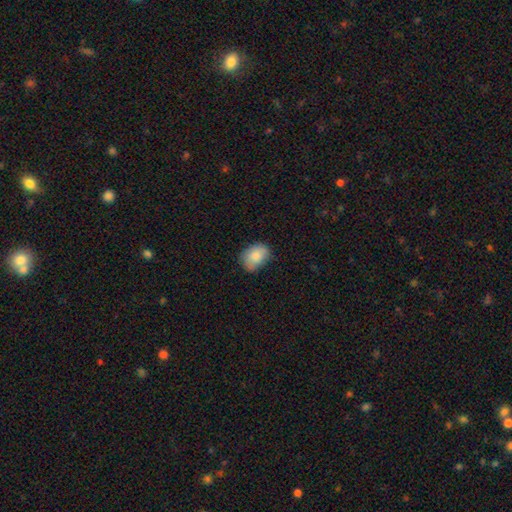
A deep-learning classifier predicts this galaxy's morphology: Smooth or featured: smooth — 83% (featured or disk — 10%)
How rounded: in between — 73% (round — 26%)
Merging: none — 68% (minor disturbance — 26%)